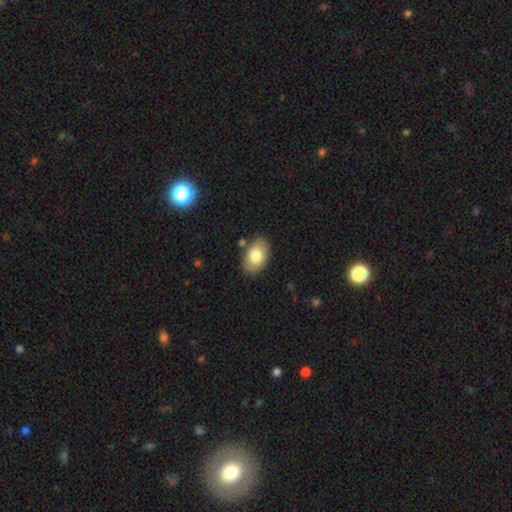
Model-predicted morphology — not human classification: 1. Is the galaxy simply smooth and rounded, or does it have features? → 78% smooth, 16% featured or disk, 7% star or artifact.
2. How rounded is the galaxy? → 90% in between, 9% round, 1% cigar-shaped.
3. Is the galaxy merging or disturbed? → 82% none, 12% minor disturbance, 3% merger, 3% major disturbance.